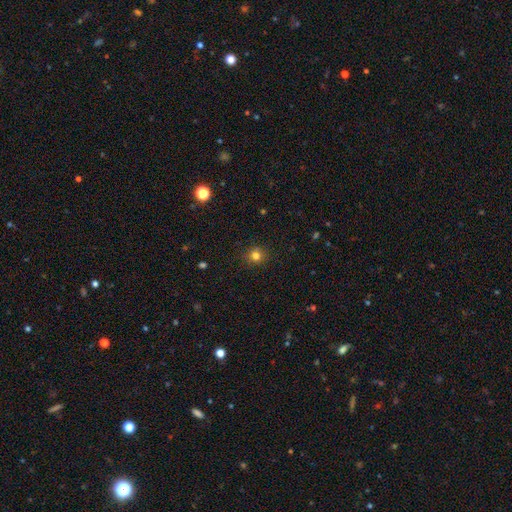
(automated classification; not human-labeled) Morphology: type=smooth (79%); roundness=round (90%); merging=none (88%).